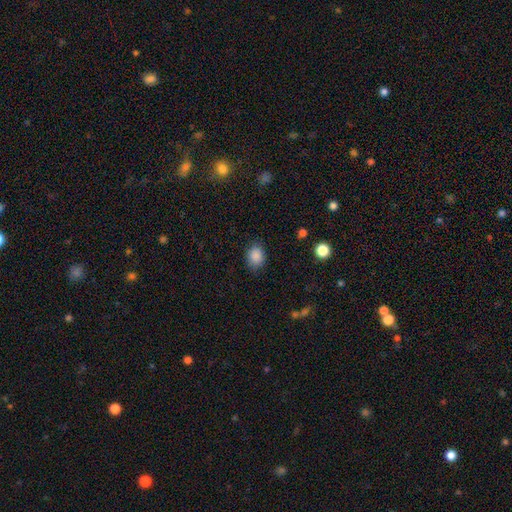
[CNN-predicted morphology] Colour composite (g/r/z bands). It shows a smooth galaxy with no disk features (87%) that is in between round and cigar-shaped (53%). Merging: none (81%).